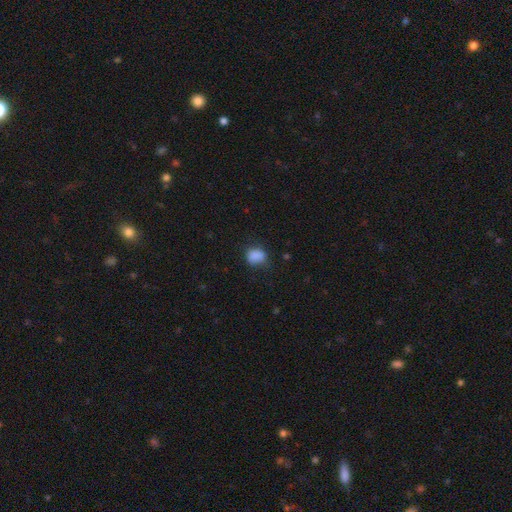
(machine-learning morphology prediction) The model was most divided on "how rounded": in between: 51%, round: 48%, cigar-shaped: 1%. More confident: smooth or featured — smooth (84%); merging — none (56%).